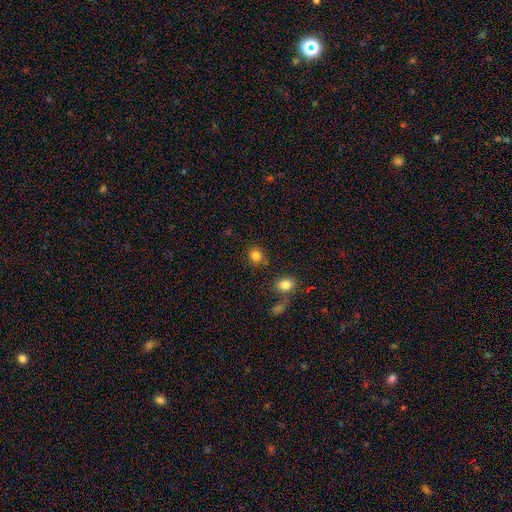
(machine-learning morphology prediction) Smooth or featured? smooth (83%)
How rounded? round (84%)
Merging? none (80%)